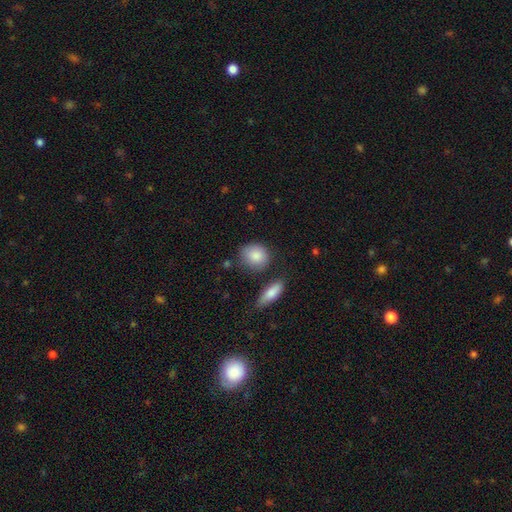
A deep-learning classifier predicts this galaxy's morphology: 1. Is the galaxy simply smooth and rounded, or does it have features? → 87% smooth, 7% featured or disk, 6% star or artifact.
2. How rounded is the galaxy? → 70% round, 27% in between, 3% cigar-shaped.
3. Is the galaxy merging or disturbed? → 72% none, 17% minor disturbance, 7% merger, 5% major disturbance.